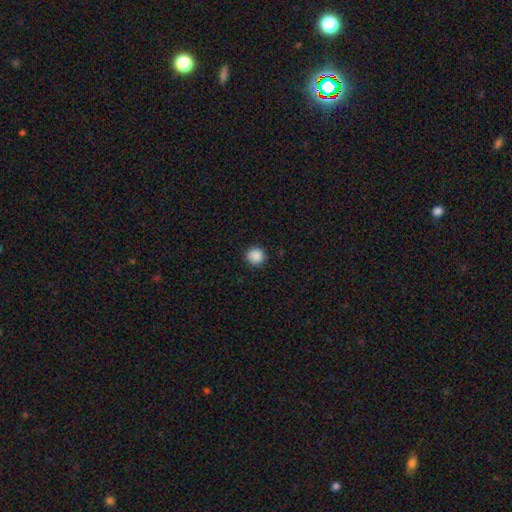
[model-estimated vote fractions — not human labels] Smooth or featured: smooth — 88% (star or artifact — 9%)
How rounded: round — 94% (in between — 5%)
Merging: none — 91% (minor disturbance — 6%)